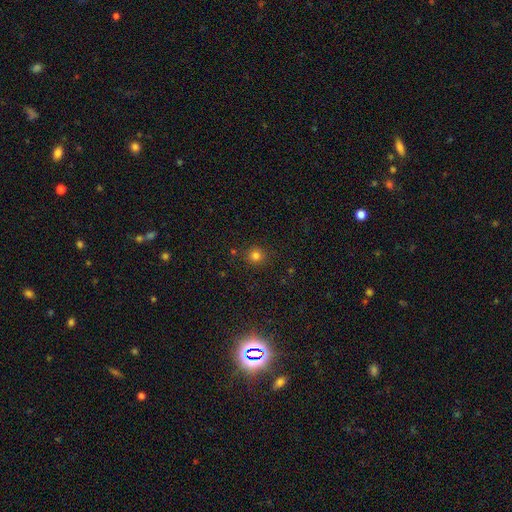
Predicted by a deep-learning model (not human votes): Smooth or featured: smooth — 80% (star or artifact — 15%)
How rounded: round — 92% (in between — 7%)
Merging: none — 88% (minor disturbance — 8%)